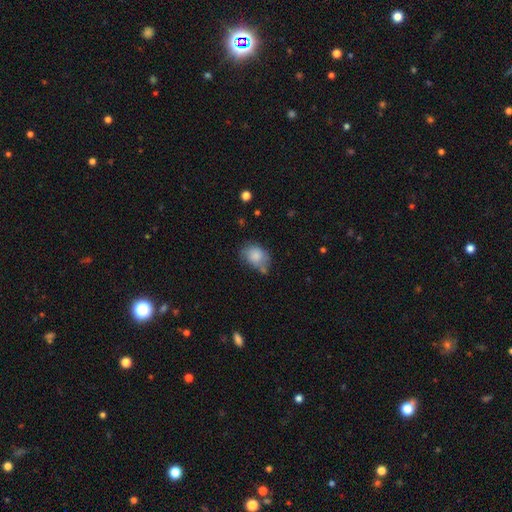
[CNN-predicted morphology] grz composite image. It shows a smooth galaxy with no disk features (76%) that is in between round and cigar-shaped (64%). Merging: none (42%).